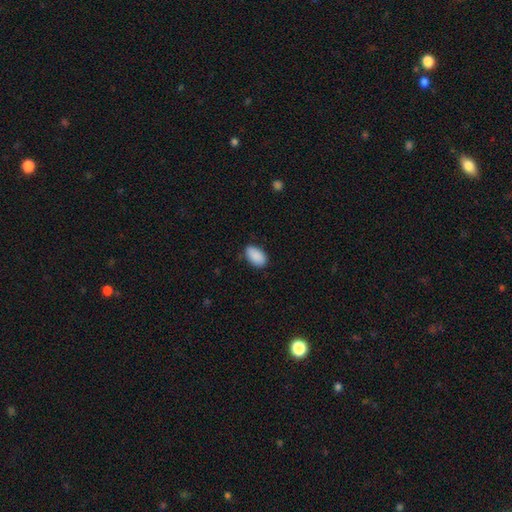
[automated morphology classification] type=smooth (90%); roundness=in between (94%); merging=none (83%).